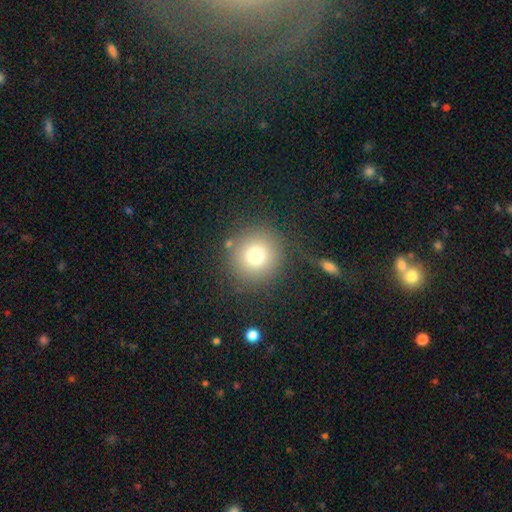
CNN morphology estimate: A smooth galaxy with no disk features (75%) that is round (94%).

Vote fractions:
- Smooth or featured? smooth: 75% / star or artifact: 14% / featured or disk: 11%
- How rounded? round: 94% / in between: 5% / cigar-shaped: 1%
- Merging? none: 80% / minor disturbance: 10% / major disturbance: 6% / merger: 4%